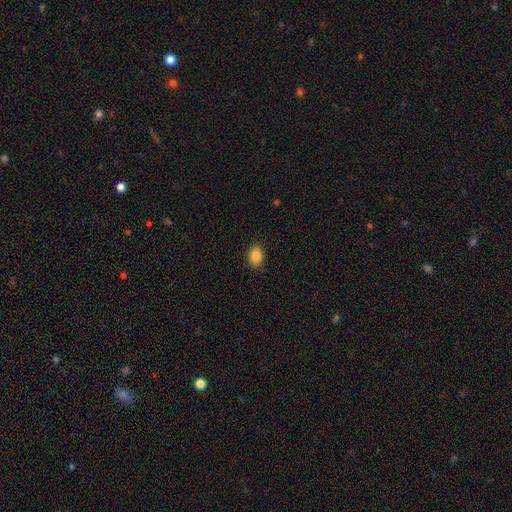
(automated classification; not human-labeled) smooth 88%, star or artifact 9%, featured or disk 3%. Down the decision tree: how rounded — in between (77%); merging — none (88%).